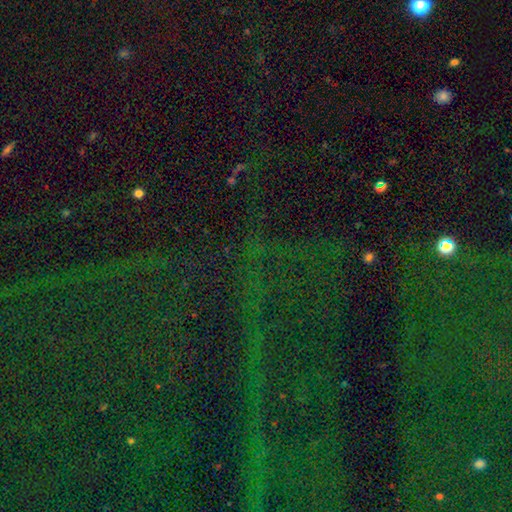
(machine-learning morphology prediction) A star or artifact, not a galaxy (84%).

Vote fractions:
- Smooth or featured? star or artifact: 84% / smooth: 8% / featured or disk: 8%